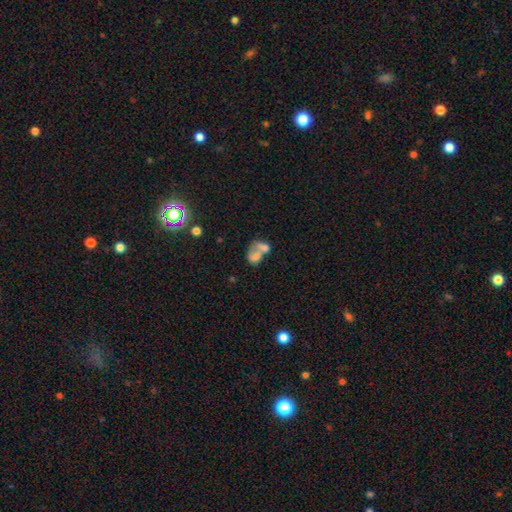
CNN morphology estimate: Smooth or featured: smooth — 58% (featured or disk — 31%)
How rounded: in between — 71% (round — 28%)
Merging: merger — 69% (none — 14%)